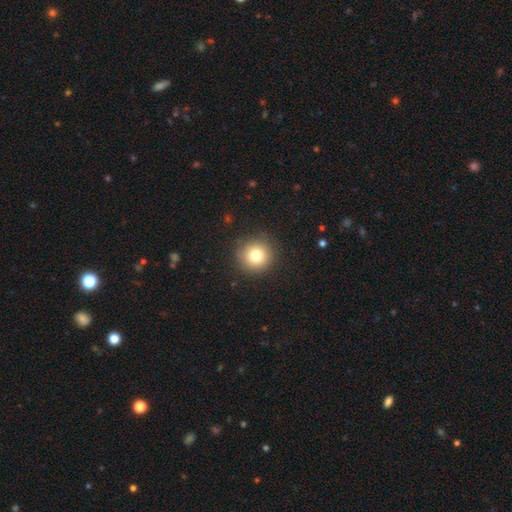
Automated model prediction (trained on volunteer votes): The model was most divided on "smooth or featured": smooth: 78%, star or artifact: 12%, featured or disk: 10%. More confident: how rounded — round (95%); merging — none (89%).